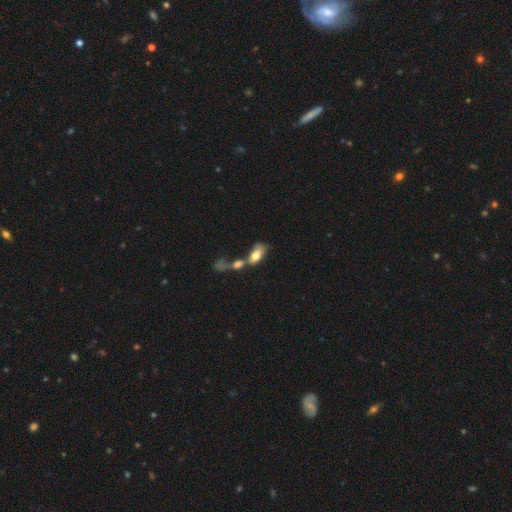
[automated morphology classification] A smooth galaxy with no disk features (69%) that is in between round and cigar-shaped (87%). Merging: merger (61%).